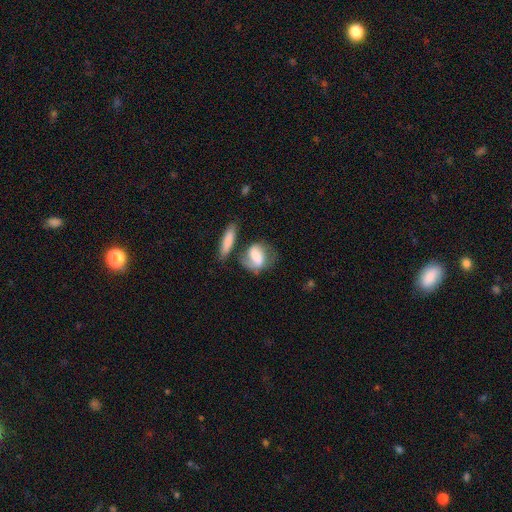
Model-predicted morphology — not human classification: Smooth or featured: smooth — 47% (featured or disk — 46%)
Merging: none — 47% (minor disturbance — 21%)